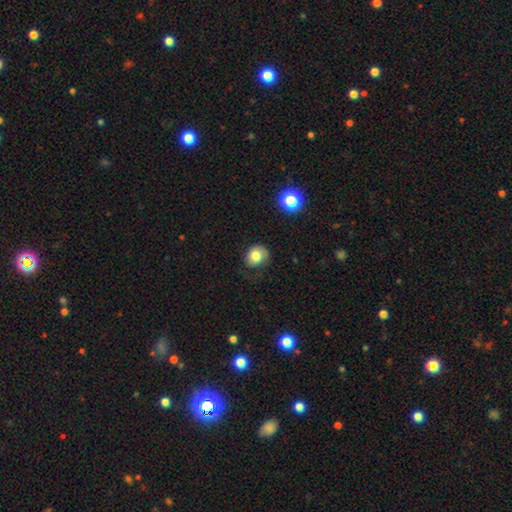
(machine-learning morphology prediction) Smooth or featured? smooth (76%)
How rounded? round (67%)
Merging? none (60%)